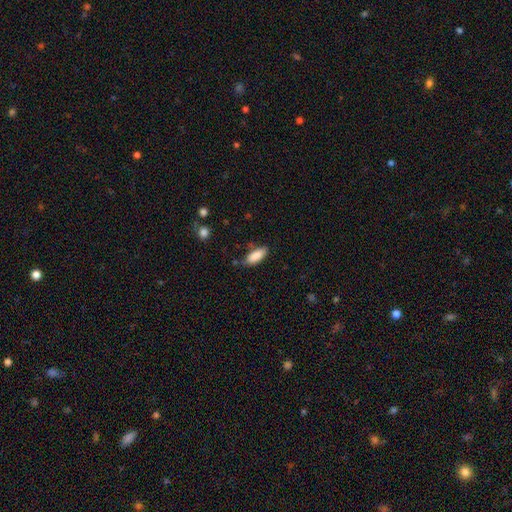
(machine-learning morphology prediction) type=smooth (87%); roundness=in between (80%); merging=none (71%).